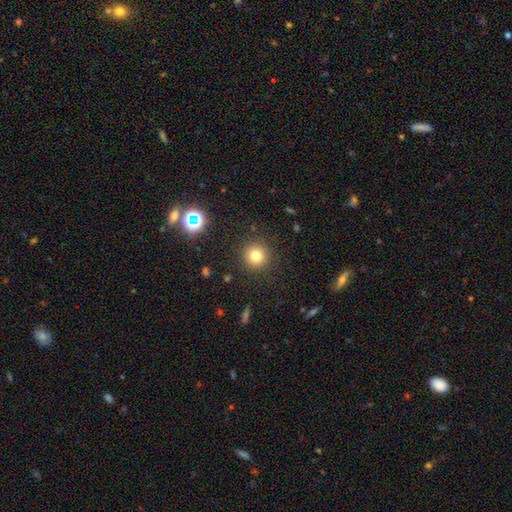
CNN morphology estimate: Q: Smooth or featured?
A: smooth (78%); runner-up: star or artifact (14%)
Q: How rounded?
A: round (95%); runner-up: in between (4%)
Q: Merging?
A: none (90%); runner-up: minor disturbance (6%)